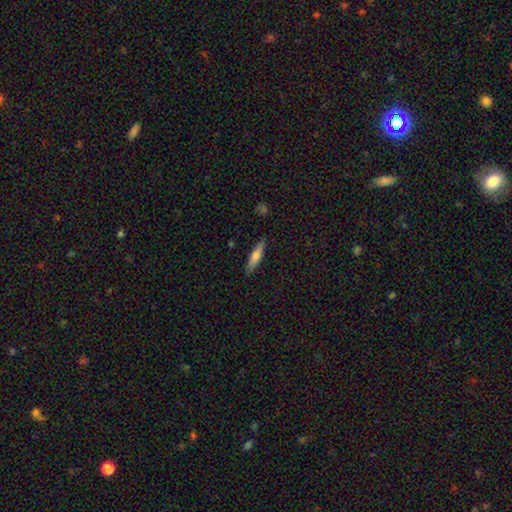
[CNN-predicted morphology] smooth-or-featured: smooth: 67% | featured or disk: 27% | star or artifact: 6%
  how-rounded: cigar-shaped: 82% | in between: 17% | round: 2%
  merging: none: 88% | minor disturbance: 9% | major disturbance: 2% | merger: 1%